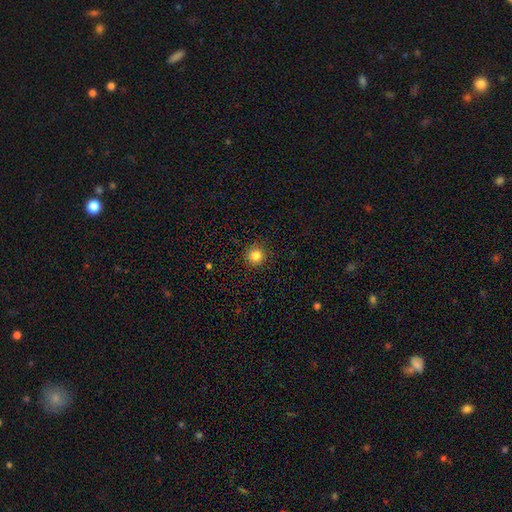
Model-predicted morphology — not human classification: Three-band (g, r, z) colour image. It shows a smooth galaxy with no disk features (84%) that is round (95%). Merging: none (92%).